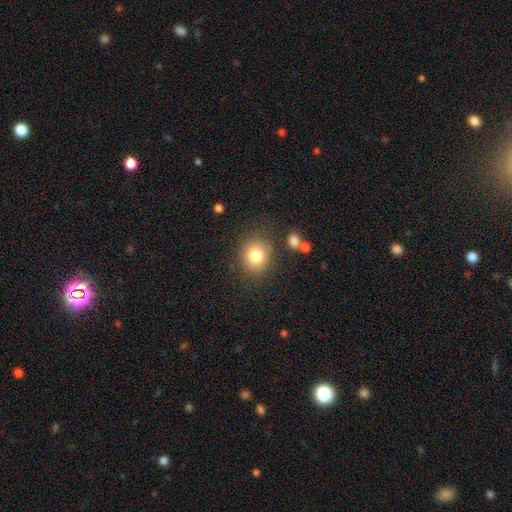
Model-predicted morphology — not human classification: A smooth galaxy with no disk features (80%) that is round (72%). Merging: none (81%).